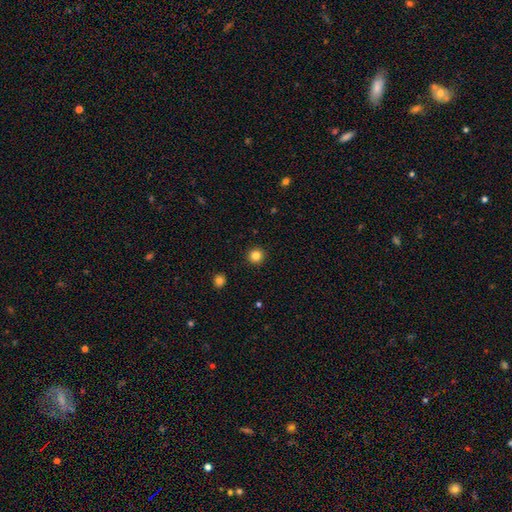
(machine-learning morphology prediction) type=smooth (84%); roundness=round (94%); merging=none (93%).